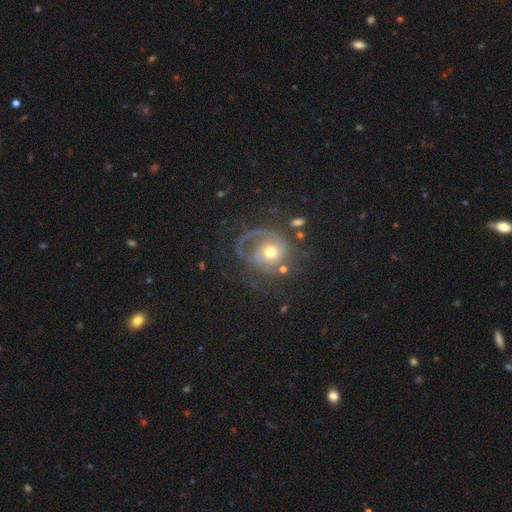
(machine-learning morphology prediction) featured or disk 72%, smooth 15%, star or artifact 12%. Down the decision tree: edge-on disk — no (97%); bar — no (72%); spiral arms — yes (75%); spiral arm count — 2 (36%); spiral winding — tight (56%); bulge size — moderate (60%); merging — none (62%).